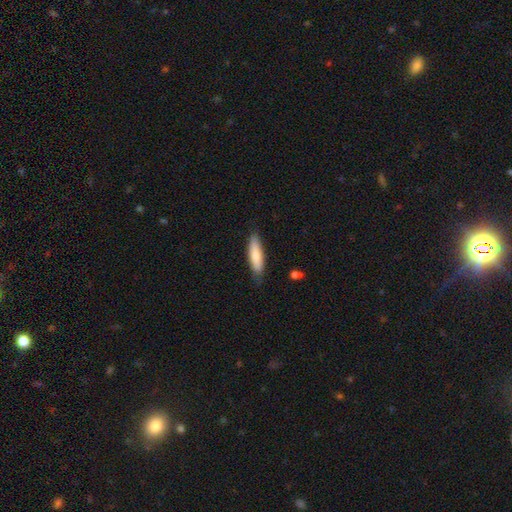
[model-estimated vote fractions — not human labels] Morphology: type=smooth (80%); roundness=cigar-shaped (68%); merging=none (79%).